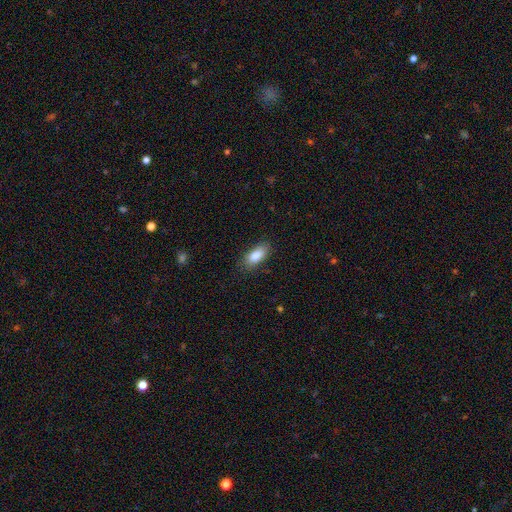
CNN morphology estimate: A smooth galaxy with no disk features (83%) that is in between round and cigar-shaped (85%). Merging: none (83%).